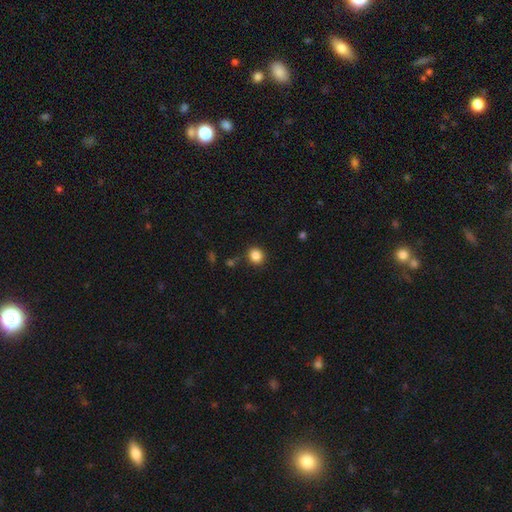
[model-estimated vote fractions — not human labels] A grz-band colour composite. It shows a smooth galaxy with no disk features (86%) that is round (84%). Merging: none (85%).